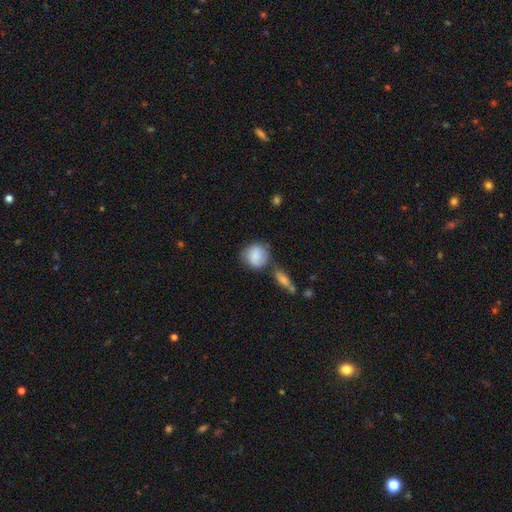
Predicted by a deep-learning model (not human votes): This is clearly a smooth galaxy (83%). How rounded: likely round (78%). Merging: likely none (60%).